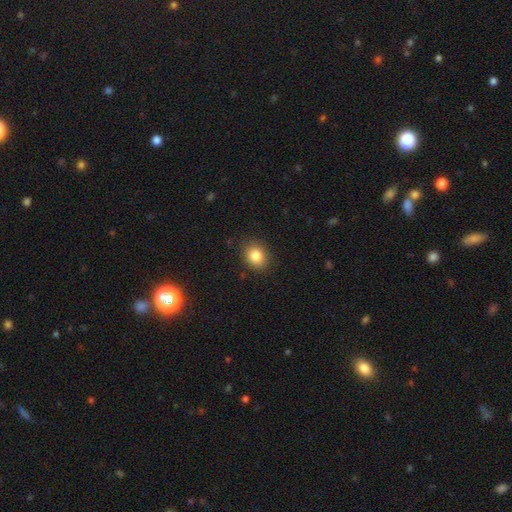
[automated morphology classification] A smooth galaxy with no disk features (84%) that is round (57%).

Vote fractions:
- Smooth or featured? smooth: 84% / star or artifact: 10% / featured or disk: 6%
- How rounded? round: 57% / in between: 42% / cigar-shaped: 1%
- Merging? none: 86% / minor disturbance: 10% / major disturbance: 3% / merger: 1%